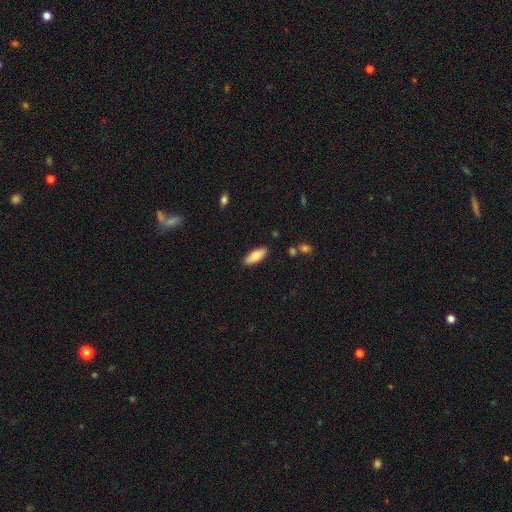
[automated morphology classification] This appears to be a smooth galaxy with no disk features (78%) that is in between round and cigar-shaped (72%). Merging: none (88%).